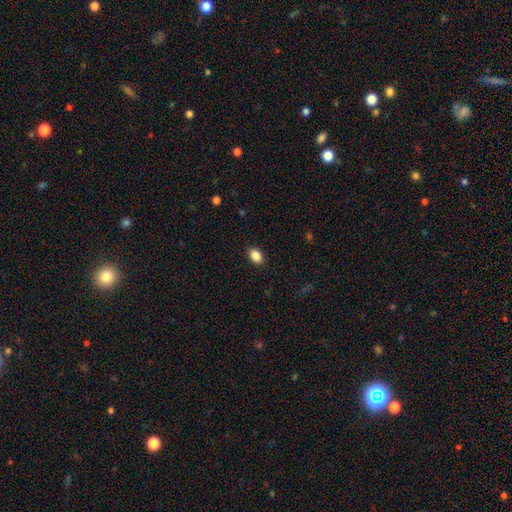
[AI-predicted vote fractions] Morphology: type=smooth (87%); roundness=in between (81%); merging=none (89%).